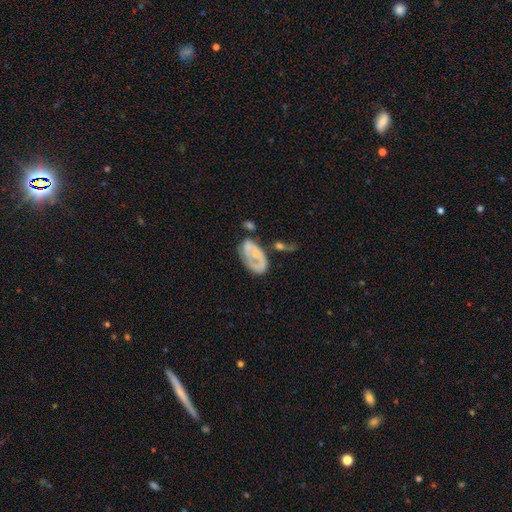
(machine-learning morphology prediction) Smooth or featured?
  - featured or disk: 53% *
  - smooth: 39%
  - star or artifact: 8%
Edge-on disk?
  - no: 95% *
  - yes: 5%
Bar?
  - no: 80% *
  - weak: 16%
  - strong: 4%
Spiral arms?
  - no: 62% *
  - yes: 38%
Bulge size?
  - small: 39% *
  - none: 31%
  - moderate: 25%
  - large: 4%
  - dominant: 2%
Merging?
  - none: 38% *
  - minor disturbance: 24%
  - major disturbance: 21%
  - merger: 17%